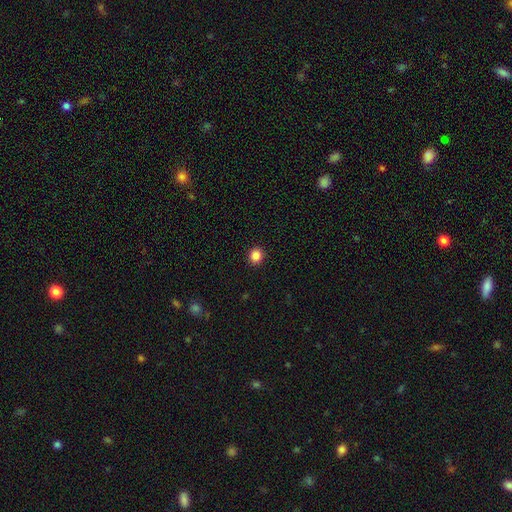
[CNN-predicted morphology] smooth-or-featured: smooth: 86% | star or artifact: 11% | featured or disk: 3%
  how-rounded: round: 86% | in between: 13% | cigar-shaped: 1%
  merging: none: 93% | minor disturbance: 5% | major disturbance: 2% | merger: 1%